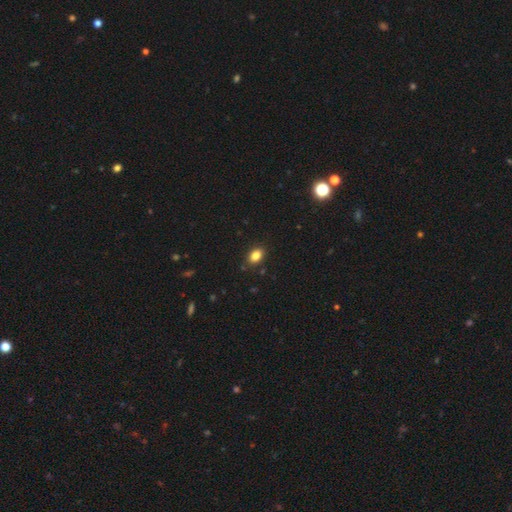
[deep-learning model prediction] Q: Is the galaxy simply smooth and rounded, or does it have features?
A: smooth — 84%.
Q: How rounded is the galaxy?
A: in between — 78%.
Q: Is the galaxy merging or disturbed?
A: none — 87%.